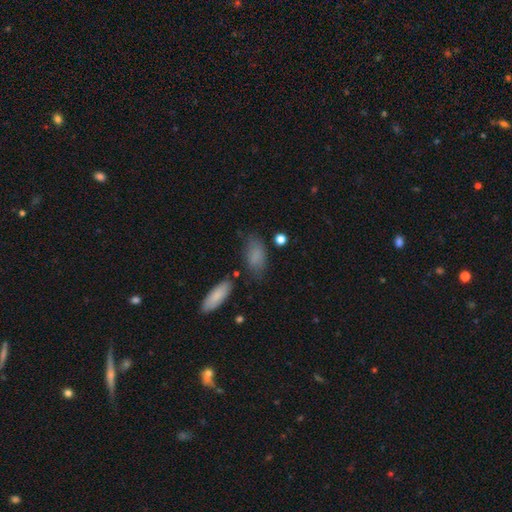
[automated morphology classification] smooth-or-featured: smooth: 80% | featured or disk: 11% | star or artifact: 9%
  how-rounded: in between: 87% | cigar-shaped: 8% | round: 5%
  merging: none: 65% | minor disturbance: 22% | major disturbance: 7% | merger: 7%